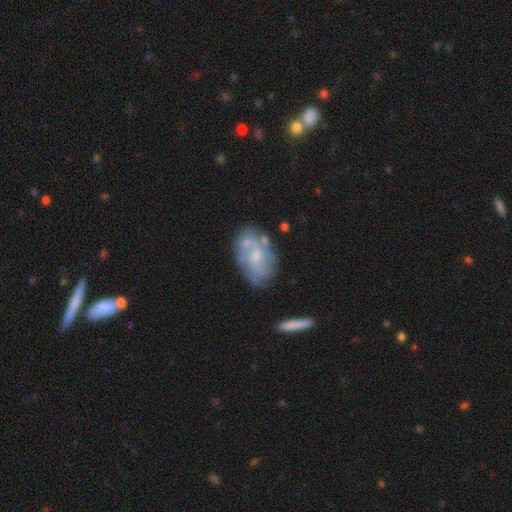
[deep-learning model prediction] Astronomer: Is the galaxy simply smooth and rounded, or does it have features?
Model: featured or disk — 67%.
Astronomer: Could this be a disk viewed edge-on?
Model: no — 95%.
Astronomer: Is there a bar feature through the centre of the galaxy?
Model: no — 62%.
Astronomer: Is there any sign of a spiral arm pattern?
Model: yes — 70%.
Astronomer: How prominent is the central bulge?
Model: small — 55% (runner-up: moderate, 31%).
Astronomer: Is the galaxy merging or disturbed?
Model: none — 63%.